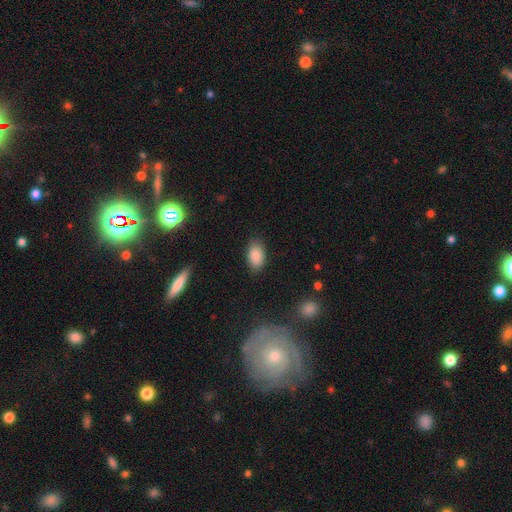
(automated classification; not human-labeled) Smooth or featured?
  - smooth: 87% *
  - star or artifact: 8%
  - featured or disk: 6%
How rounded?
  - in between: 92% *
  - round: 7%
  - cigar-shaped: 2%
Merging?
  - none: 83% *
  - minor disturbance: 13%
  - major disturbance: 3%
  - merger: 1%